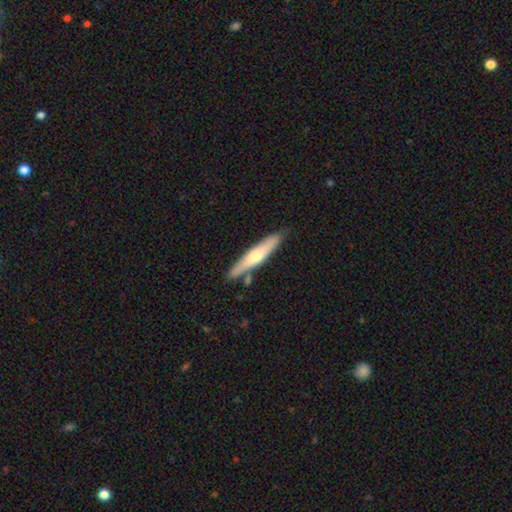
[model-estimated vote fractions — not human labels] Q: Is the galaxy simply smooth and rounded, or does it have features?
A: smooth — 54%.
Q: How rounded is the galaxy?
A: cigar-shaped — 88%.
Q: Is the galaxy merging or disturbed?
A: none — 81%.